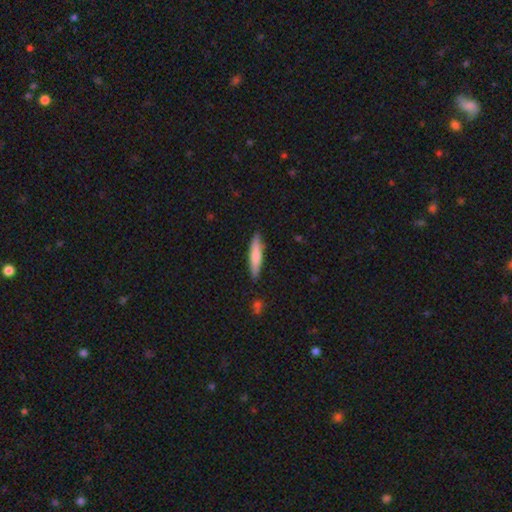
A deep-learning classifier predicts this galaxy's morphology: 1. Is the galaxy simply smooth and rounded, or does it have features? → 73% smooth, 22% featured or disk, 5% star or artifact.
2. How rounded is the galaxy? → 85% cigar-shaped, 14% in between, 1% round.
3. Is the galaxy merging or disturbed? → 87% none, 10% minor disturbance, 2% major disturbance, 2% merger.